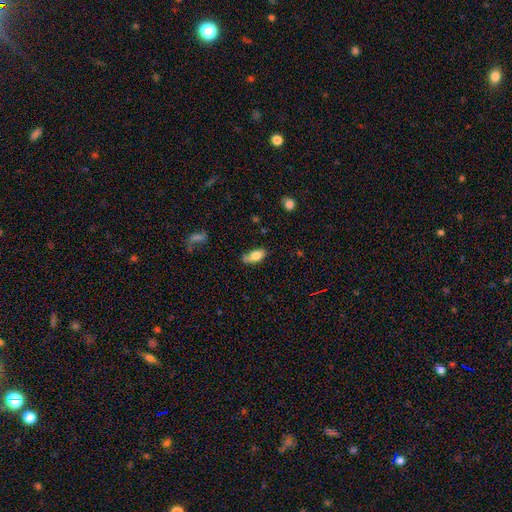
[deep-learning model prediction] The model was most divided on "merging": none: 62%, minor disturbance: 26%, merger: 6%, major disturbance: 6%. More confident: how rounded — in between (85%); smooth or featured — smooth (77%).